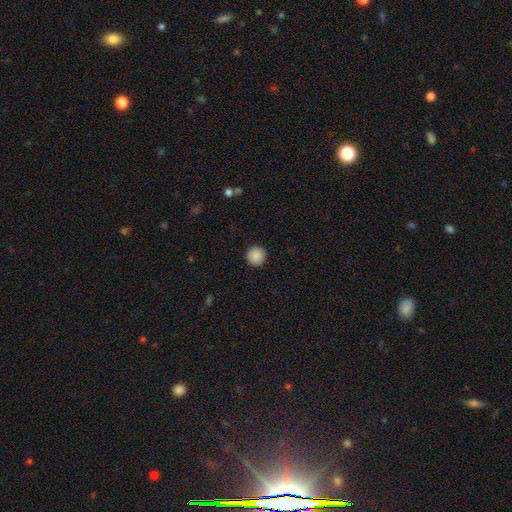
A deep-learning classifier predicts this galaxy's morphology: Q: Smooth or featured?
A: smooth (89%); runner-up: star or artifact (8%)
Q: How rounded?
A: round (95%); runner-up: in between (4%)
Q: Merging?
A: none (93%); runner-up: minor disturbance (4%)